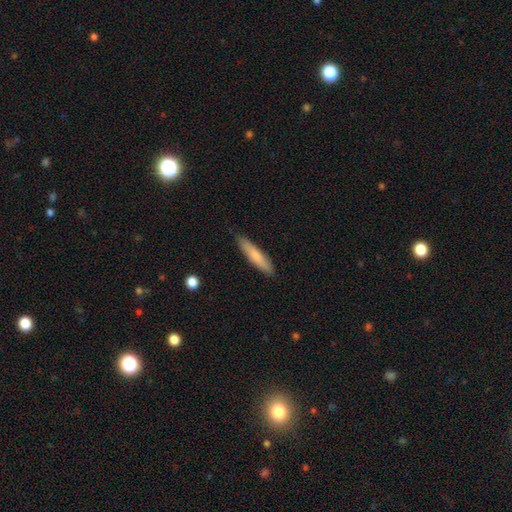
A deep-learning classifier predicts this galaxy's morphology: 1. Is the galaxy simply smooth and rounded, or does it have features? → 76% smooth, 18% featured or disk, 6% star or artifact.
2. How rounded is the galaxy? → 87% cigar-shaped, 12% in between, 1% round.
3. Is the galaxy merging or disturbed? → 88% none, 9% minor disturbance, 2% major disturbance, 1% merger.